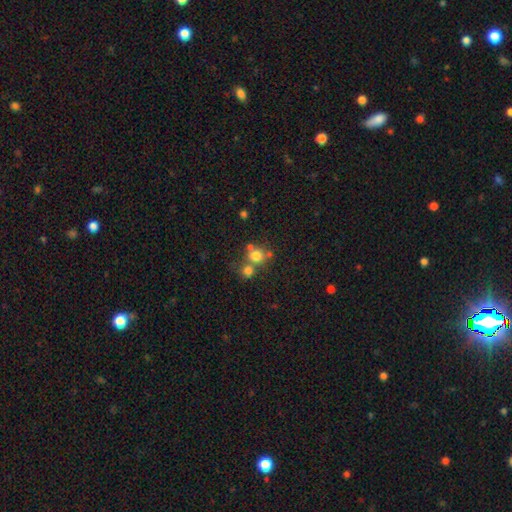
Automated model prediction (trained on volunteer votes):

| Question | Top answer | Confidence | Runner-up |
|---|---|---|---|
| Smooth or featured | smooth | 74% | star or artifact (15%) |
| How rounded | round | 84% | in between (14%) |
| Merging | none | 50% | merger (38%) |